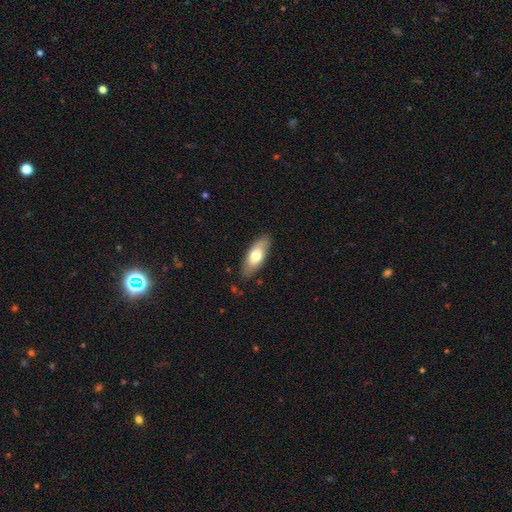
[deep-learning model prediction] The model was most divided on "smooth or featured": smooth: 67%, featured or disk: 27%, star or artifact: 6%. More confident: merging — none (84%); how rounded — in between (80%).